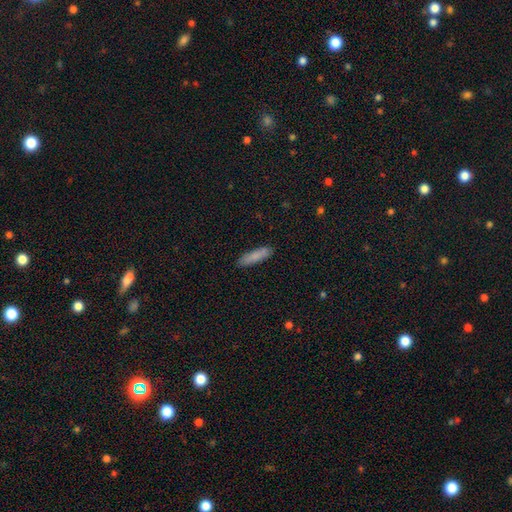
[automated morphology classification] Q: Smooth or featured?
A: smooth (86%); runner-up: featured or disk (8%)
Q: How rounded?
A: cigar-shaped (75%); runner-up: in between (23%)
Q: Merging?
A: none (87%); runner-up: minor disturbance (10%)